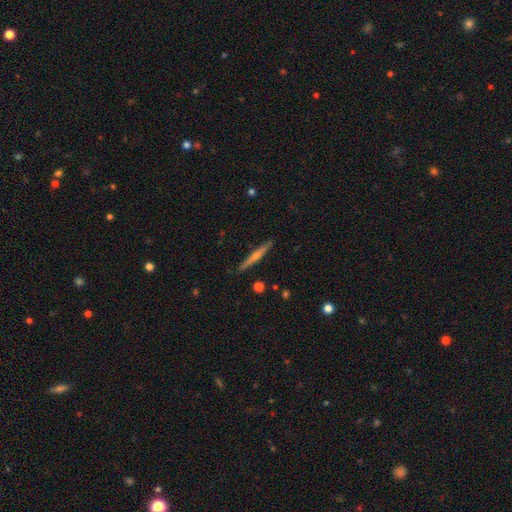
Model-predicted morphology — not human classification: A featured or disk galaxy (65%) viewed edge-on (98%) with a rounded central bulge (67%).

Vote fractions:
- Smooth or featured? featured or disk: 65% / smooth: 29% / star or artifact: 6%
- Edge-on disk? yes: 98% / no: 2%
- Edge-on bulge? rounded: 67% / none: 26% / boxy: 7%
- Merging? none: 91% / minor disturbance: 7% / major disturbance: 1% / merger: 1%